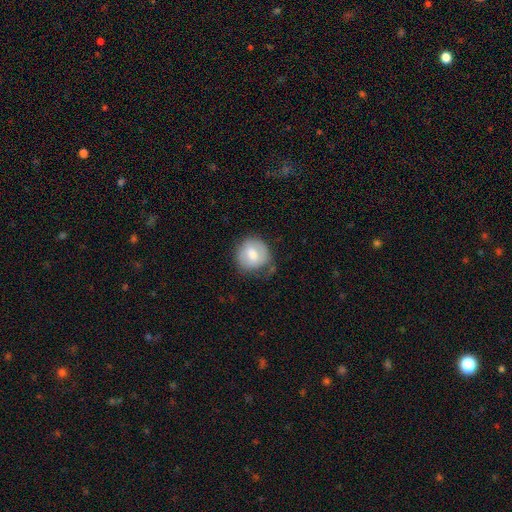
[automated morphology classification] Smooth or featured?
  - smooth: 71% *
  - featured or disk: 22%
  - star or artifact: 7%
How rounded?
  - round: 86% *
  - in between: 13%
  - cigar-shaped: 1%
Merging?
  - none: 64% *
  - minor disturbance: 25%
  - major disturbance: 9%
  - merger: 3%